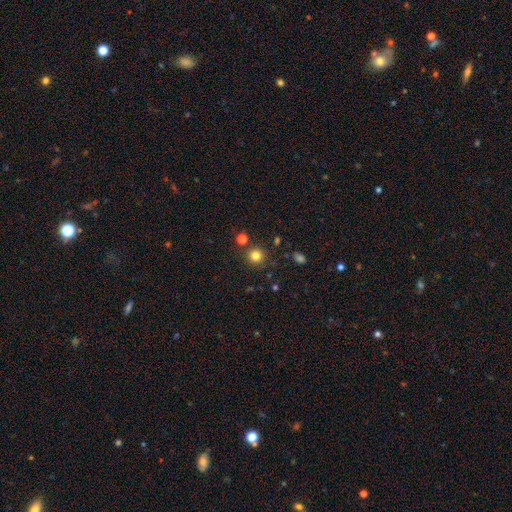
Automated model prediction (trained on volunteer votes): A smooth galaxy with no disk features (80%) that is round (94%). Merging: none (85%).